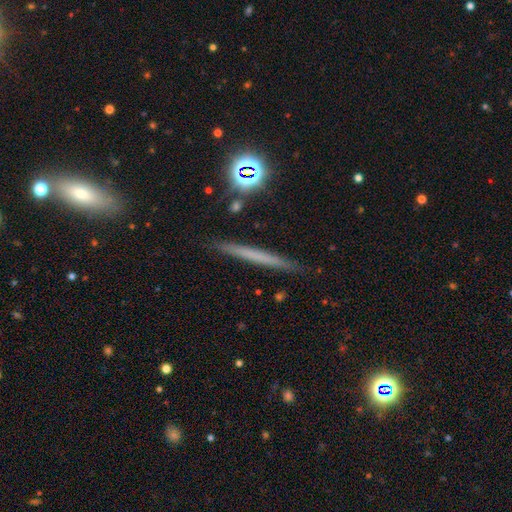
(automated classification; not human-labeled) This is possibly a smooth galaxy (49%). Merging: clearly none (89%).